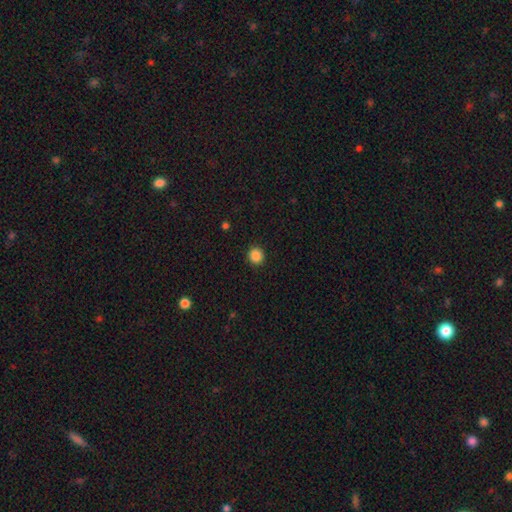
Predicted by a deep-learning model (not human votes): A smooth galaxy with no disk features (87%) that is round (90%). Merging: none (92%).